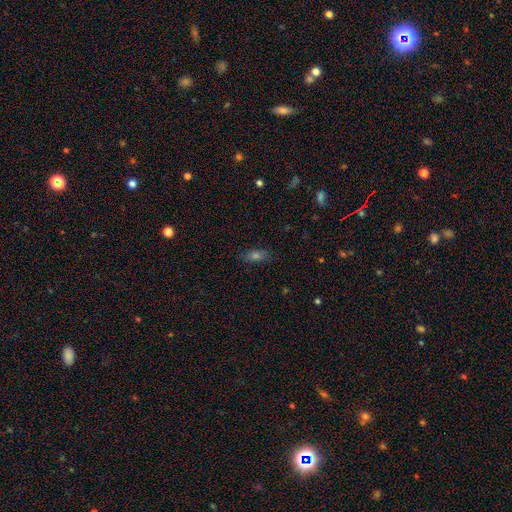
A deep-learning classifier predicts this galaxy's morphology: smooth 57%, star or artifact 25%, featured or disk 19%. Down the decision tree: how rounded — in between (71%); merging — none (83%).